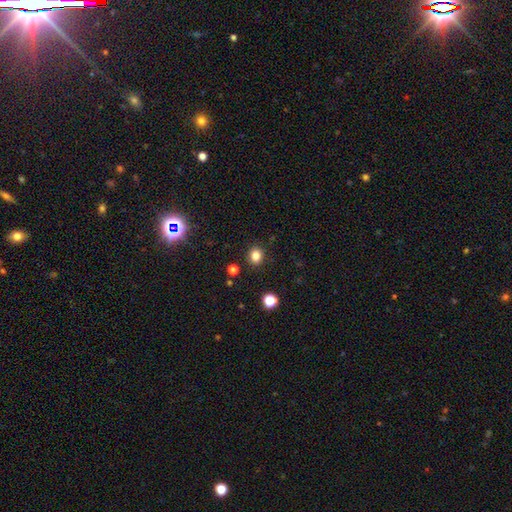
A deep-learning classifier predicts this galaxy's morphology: A smooth galaxy with no disk features (82%) that is round (70%). Merging: none (89%).